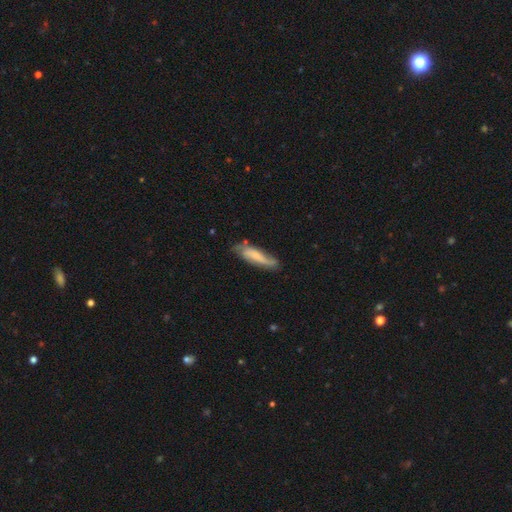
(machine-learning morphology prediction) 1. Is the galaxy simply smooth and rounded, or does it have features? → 50% smooth, 43% featured or disk, 7% star or artifact.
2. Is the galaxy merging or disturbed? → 60% none, 28% minor disturbance, 9% major disturbance, 3% merger.